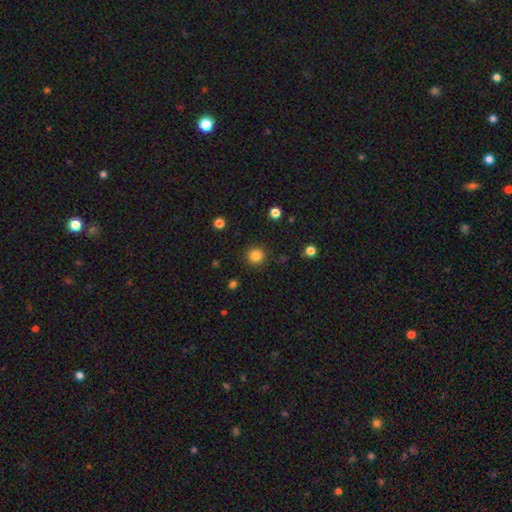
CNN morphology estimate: type=smooth (84%); roundness=round (95%); merging=none (91%).